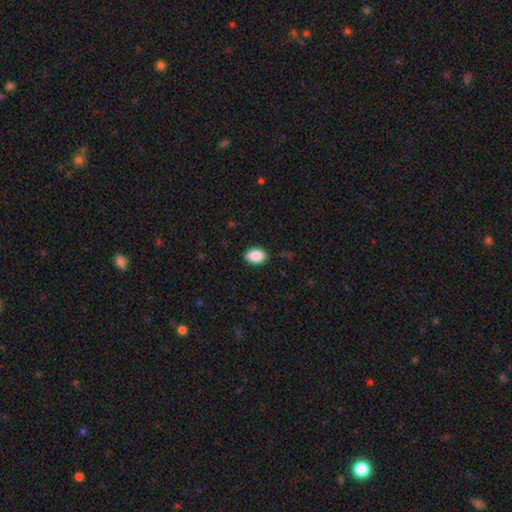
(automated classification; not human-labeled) Smooth or featured? Predicted: smooth (p=0.89). How rounded? Predicted: in between (p=0.82). Merging? Predicted: none (p=0.88).